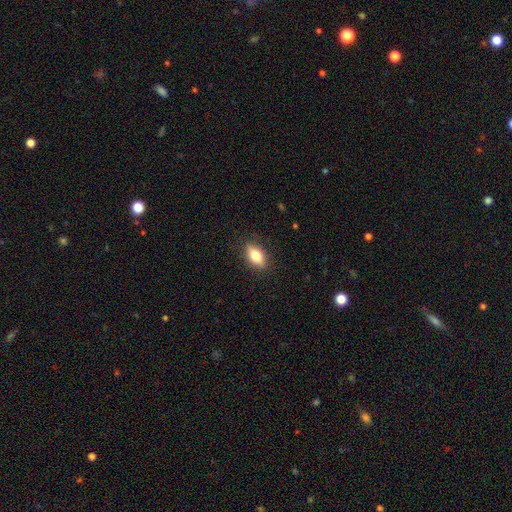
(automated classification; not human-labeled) The model was most divided on "smooth or featured": smooth: 71%, featured or disk: 21%, star or artifact: 8%. More confident: merging — none (87%); how rounded — in between (81%).